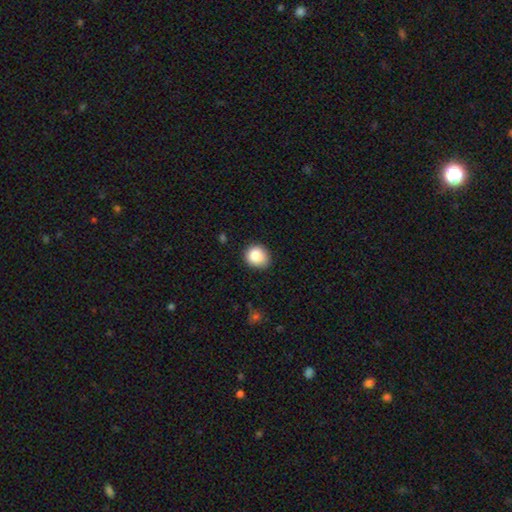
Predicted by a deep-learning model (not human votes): A smooth galaxy with no disk features (86%) that is round (73%).

Vote fractions:
- Smooth or featured? smooth: 86% / star or artifact: 9% / featured or disk: 4%
- How rounded? round: 73% / in between: 26% / cigar-shaped: 1%
- Merging? none: 79% / minor disturbance: 17% / major disturbance: 3% / merger: 1%